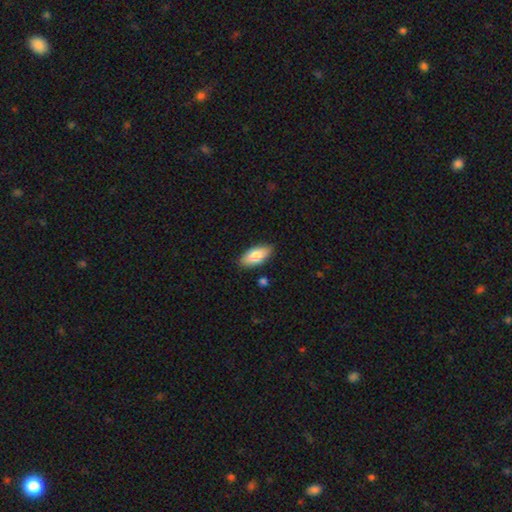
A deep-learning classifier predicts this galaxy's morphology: A smooth galaxy with no disk features (79%) that is in between round and cigar-shaped (88%). Merging: none (85%).